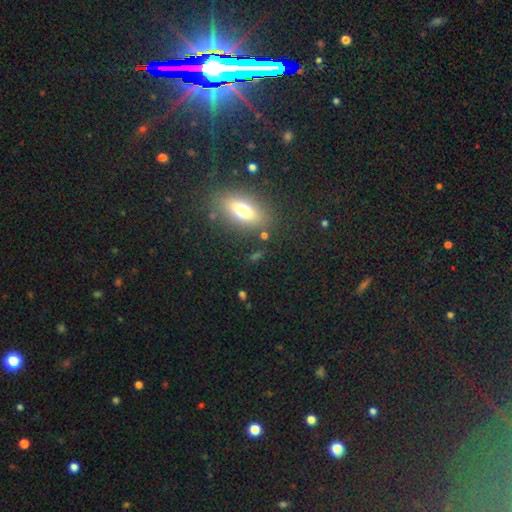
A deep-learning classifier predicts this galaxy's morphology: Q: Smooth or featured?
A: smooth (63%); runner-up: featured or disk (19%)
Q: How rounded?
A: in between (69%); runner-up: cigar-shaped (18%)
Q: Merging?
A: none (84%); runner-up: minor disturbance (9%)